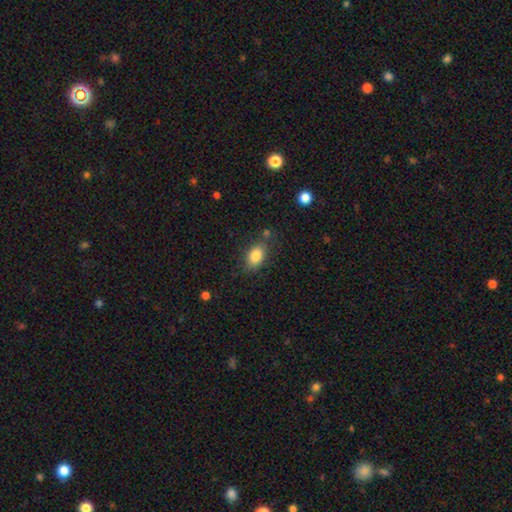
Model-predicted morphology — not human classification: smooth-or-featured: smooth: 84% | featured or disk: 8% | star or artifact: 8%
  how-rounded: in between: 86% | round: 12% | cigar-shaped: 2%
  merging: none: 73% | minor disturbance: 17% | major disturbance: 5% | merger: 5%